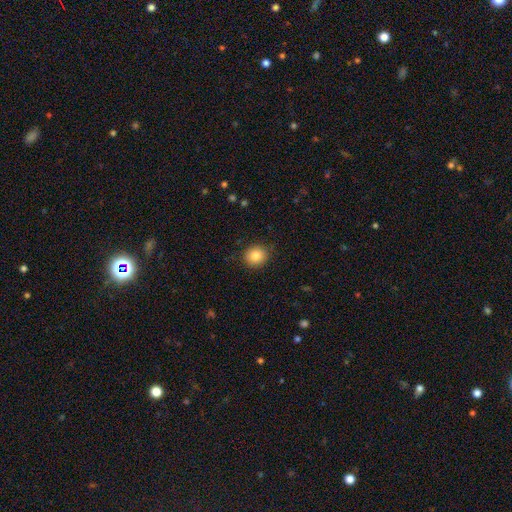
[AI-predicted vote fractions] A smooth galaxy with no disk features (84%) that is round (84%). Merging: none (89%).